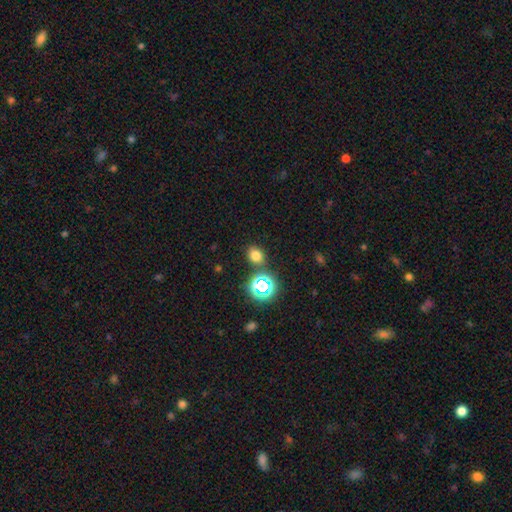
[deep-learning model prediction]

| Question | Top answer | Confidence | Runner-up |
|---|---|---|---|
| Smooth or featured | smooth | 71% | star or artifact (23%) |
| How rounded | round | 53% | in between (46%) |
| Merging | none | 81% | minor disturbance (9%) |